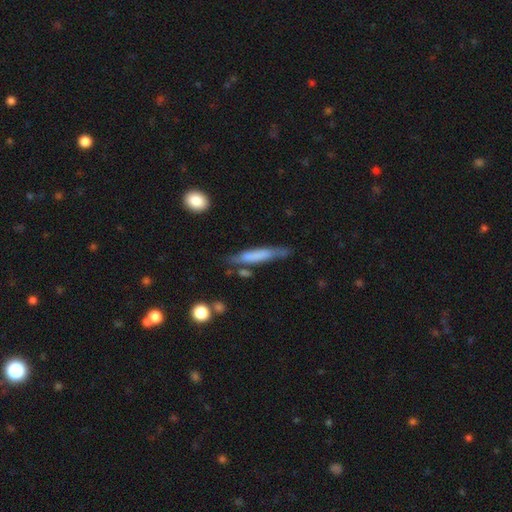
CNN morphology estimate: Smooth or featured: smooth — 61% (featured or disk — 33%)
How rounded: cigar-shaped — 89% (in between — 9%)
Merging: none — 65% (minor disturbance — 23%)